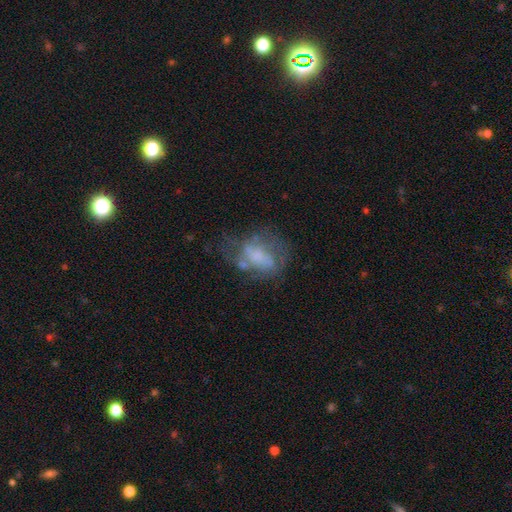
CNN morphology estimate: This is possibly a featured or disk galaxy (53%). It is clearly not viewed edge-on (97%). Bar: likely no (70%). Spiral arm pattern: possibly no (59%). Central bulge: marginally none (36%). Merging: marginally none (43%).